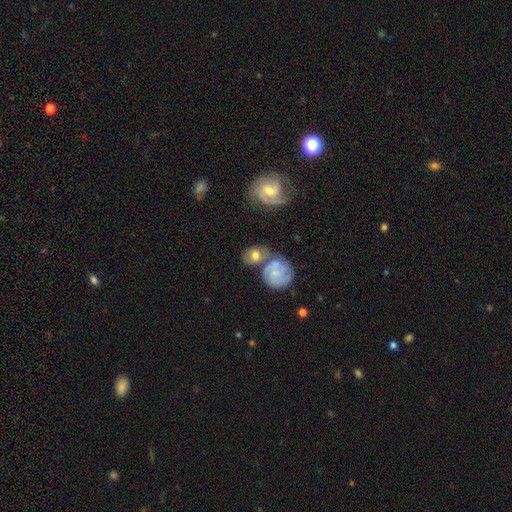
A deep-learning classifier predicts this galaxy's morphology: This appears to be a smooth galaxy with no disk features (49%). Merging: none (48%).